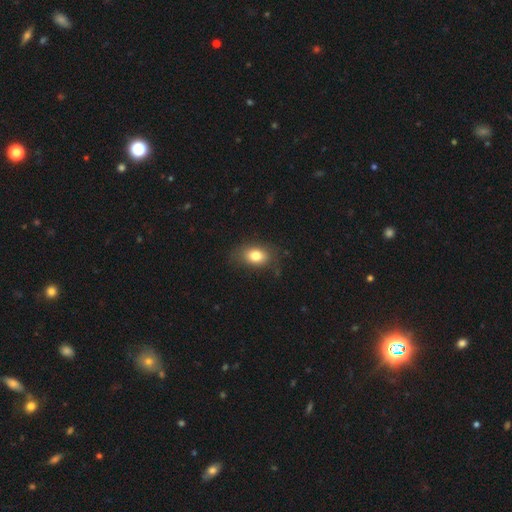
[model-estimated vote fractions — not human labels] Morphology: type=smooth (79%); roundness=in between (77%); merging=none (76%).